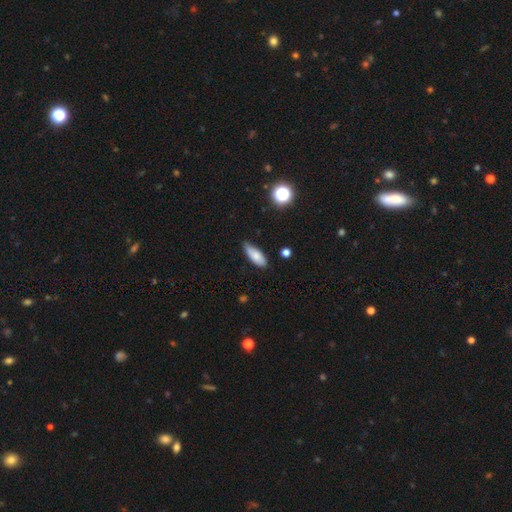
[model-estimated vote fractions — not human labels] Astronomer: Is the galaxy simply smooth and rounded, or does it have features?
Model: smooth — 80%.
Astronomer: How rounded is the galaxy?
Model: in between — 74%.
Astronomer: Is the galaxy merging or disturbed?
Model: none — 71%.